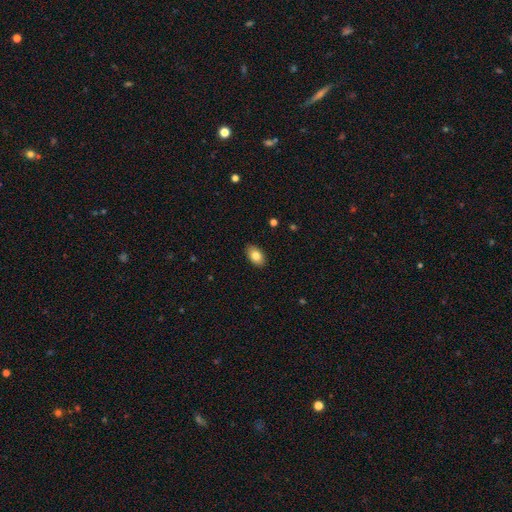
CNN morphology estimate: A smooth galaxy with no disk features (83%) that is in between round and cigar-shaped (90%). Merging: none (89%).